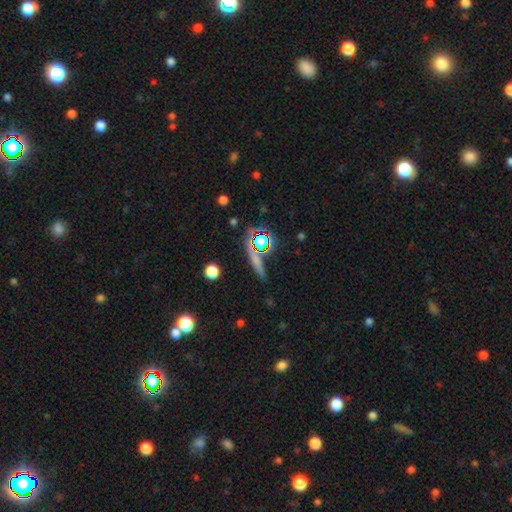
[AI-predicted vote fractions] smooth-or-featured: star or artifact: 47% | smooth: 31% | featured or disk: 22%